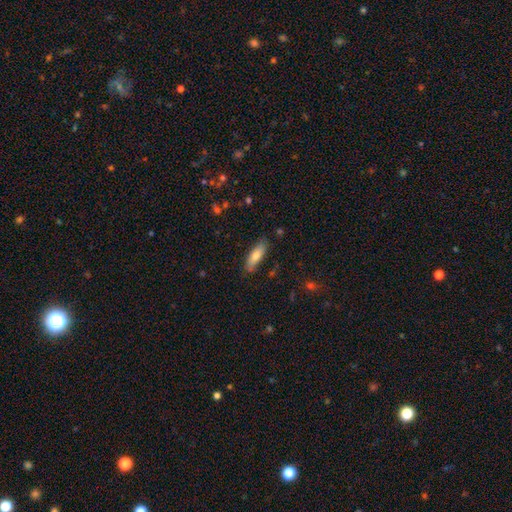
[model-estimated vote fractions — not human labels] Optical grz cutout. It shows a smooth galaxy with no disk features (77%) that is cigar-shaped (51%). Merging: none (82%).